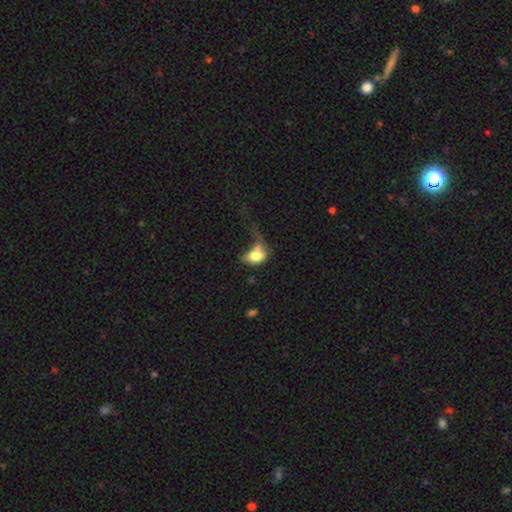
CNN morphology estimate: smooth-or-featured: smooth: 72% | featured or disk: 20% | star or artifact: 8%
  how-rounded: in between: 76% | round: 21% | cigar-shaped: 3%
  merging: major disturbance: 45% | merger: 20% | minor disturbance: 18% | none: 17%